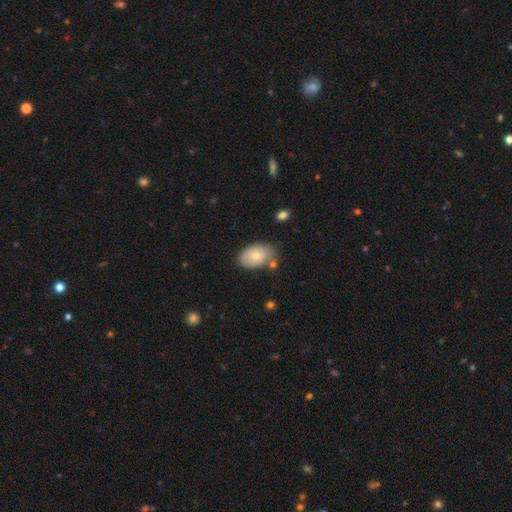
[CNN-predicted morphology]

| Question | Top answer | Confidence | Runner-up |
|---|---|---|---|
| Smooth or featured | smooth | 74% | featured or disk (19%) |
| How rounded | in between | 89% | round (10%) |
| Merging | none | 65% | minor disturbance (21%) |